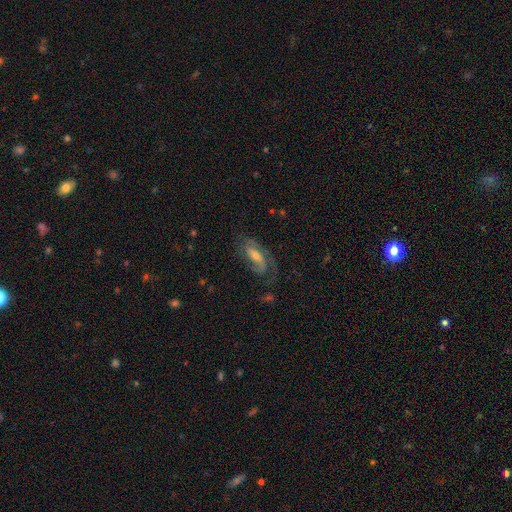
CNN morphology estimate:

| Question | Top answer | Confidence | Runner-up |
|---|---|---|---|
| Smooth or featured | featured or disk | 81% | smooth (12%) |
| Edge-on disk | no | 93% | yes (7%) |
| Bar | weak | 42% | no (34%) |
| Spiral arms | yes | 95% | no (5%) |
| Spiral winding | medium | 45% | tight (36%) |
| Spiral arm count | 2 | 62% | 1 (16%) |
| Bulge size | moderate | 47% | small (44%) |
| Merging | none | 63% | minor disturbance (19%) |